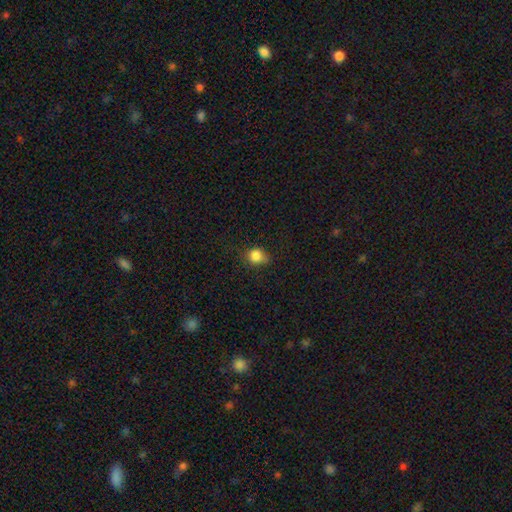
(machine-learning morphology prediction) smooth-or-featured: smooth: 84% | star or artifact: 11% | featured or disk: 5%
  how-rounded: round: 75% | in between: 24% | cigar-shaped: 1%
  merging: none: 65% | minor disturbance: 27% | major disturbance: 7% | merger: 2%